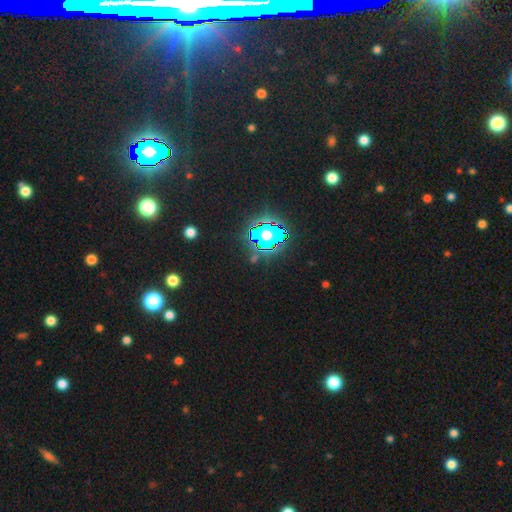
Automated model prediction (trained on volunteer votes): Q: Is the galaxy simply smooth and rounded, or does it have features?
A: star or artifact — 73%.